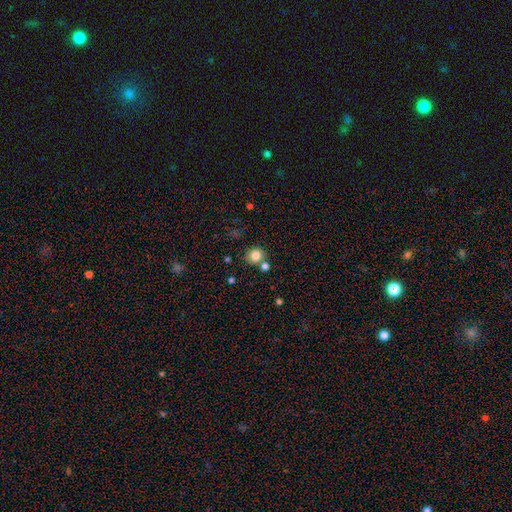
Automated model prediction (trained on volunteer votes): Morphology: type=smooth (81%); roundness=round (84%); merging=none (69%).